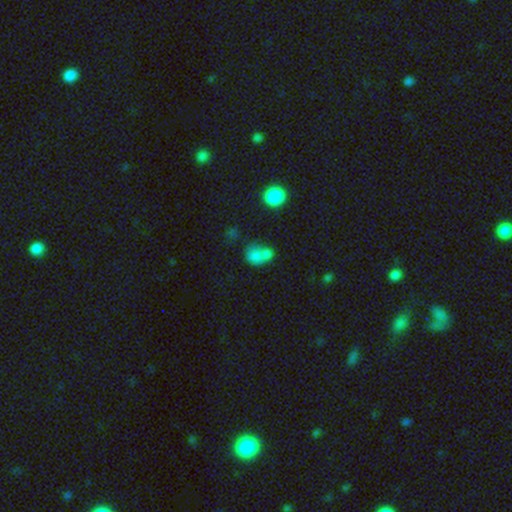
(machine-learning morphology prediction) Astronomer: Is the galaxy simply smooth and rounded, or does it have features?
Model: smooth — 75%.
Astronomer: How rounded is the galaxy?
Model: round — 54% (runner-up: in between, 45%).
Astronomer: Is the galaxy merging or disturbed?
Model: merger — 57%.